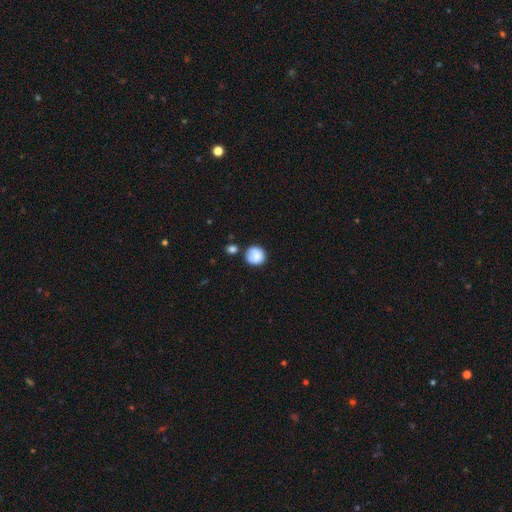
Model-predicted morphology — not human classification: A smooth galaxy with no disk features (85%) that is round (89%). Merging: none (66%).